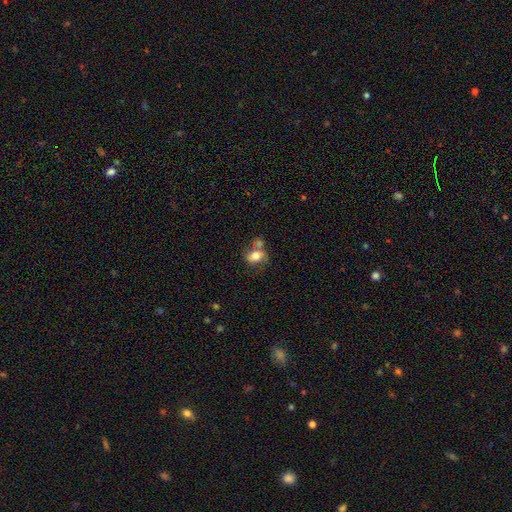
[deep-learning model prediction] Smooth or featured?
  - smooth: 65% *
  - featured or disk: 25%
  - star or artifact: 10%
How rounded?
  - in between: 62% *
  - round: 36%
  - cigar-shaped: 2%
Merging?
  - merger: 40% *
  - none: 33%
  - minor disturbance: 16%
  - major disturbance: 11%